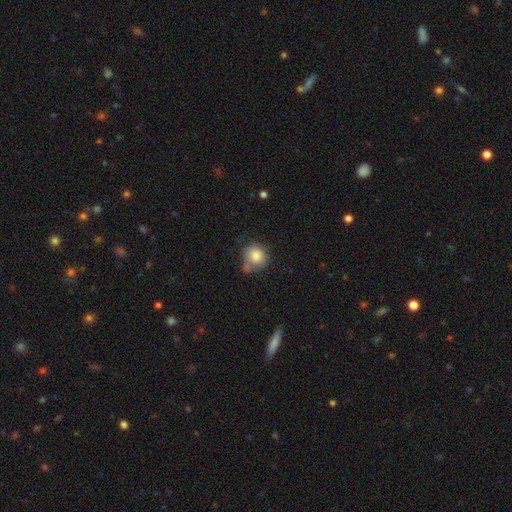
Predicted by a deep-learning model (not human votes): smooth_or_featured: smooth (p=0.80) [alt: featured or disk p=0.12]
how_rounded: round (p=0.81) [alt: in between p=0.18]
merging: none (p=0.47) [alt: minor disturbance p=0.23]